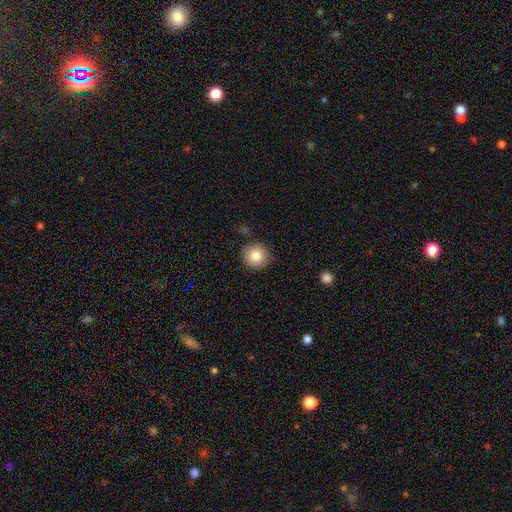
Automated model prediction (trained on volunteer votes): Q: Smooth or featured?
A: smooth (81%); runner-up: featured or disk (10%)
Q: How rounded?
A: round (93%); runner-up: in between (6%)
Q: Merging?
A: none (87%); runner-up: minor disturbance (9%)